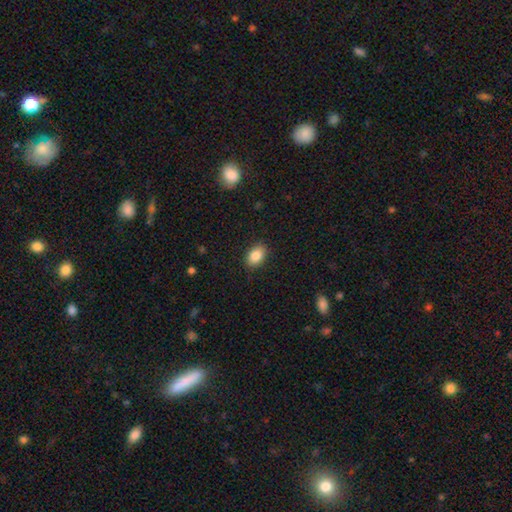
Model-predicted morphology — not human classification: type=smooth (86%); roundness=in between (86%); merging=none (88%).